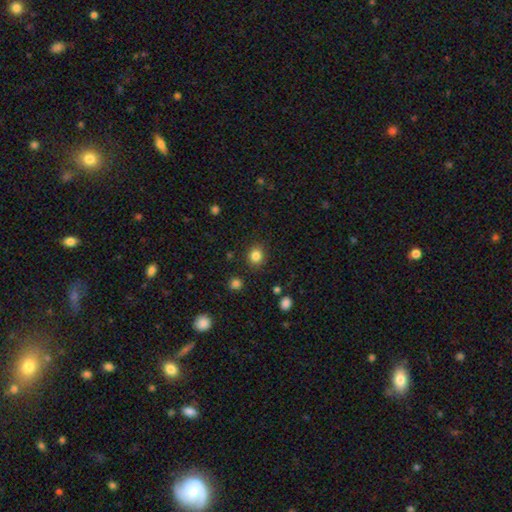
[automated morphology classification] A smooth galaxy with no disk features (84%) that is round (82%).

Vote fractions:
- Smooth or featured? smooth: 84% / star or artifact: 12% / featured or disk: 5%
- How rounded? round: 82% / in between: 18% / cigar-shaped: 1%
- Merging? none: 87% / minor disturbance: 8% / major disturbance: 3% / merger: 2%